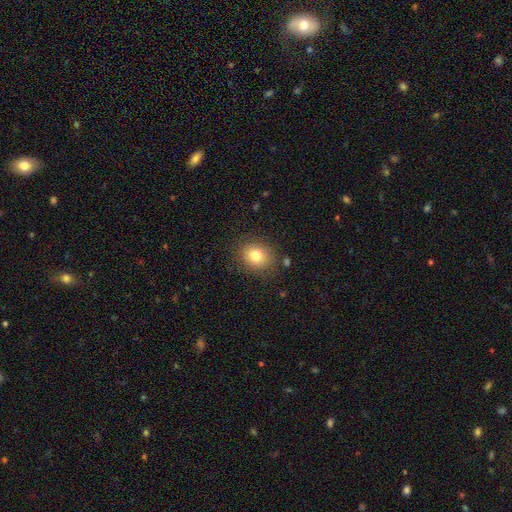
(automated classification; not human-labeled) Smooth or featured?
  - smooth: 79% *
  - star or artifact: 11%
  - featured or disk: 9%
How rounded?
  - round: 69% *
  - in between: 30%
  - cigar-shaped: 1%
Merging?
  - none: 85% *
  - minor disturbance: 10%
  - major disturbance: 3%
  - merger: 2%